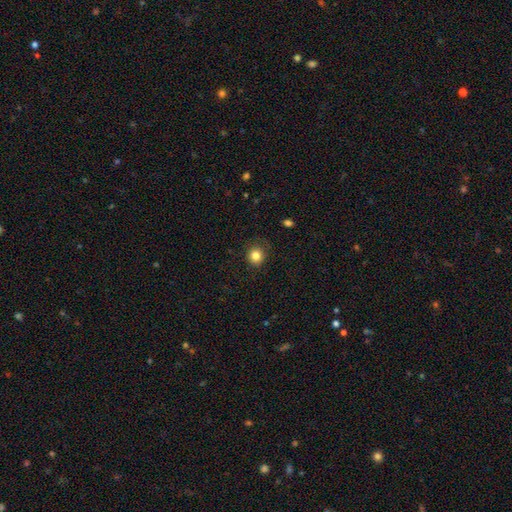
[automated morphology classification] A smooth galaxy with no disk features (83%) that is round (85%). Merging: none (83%).